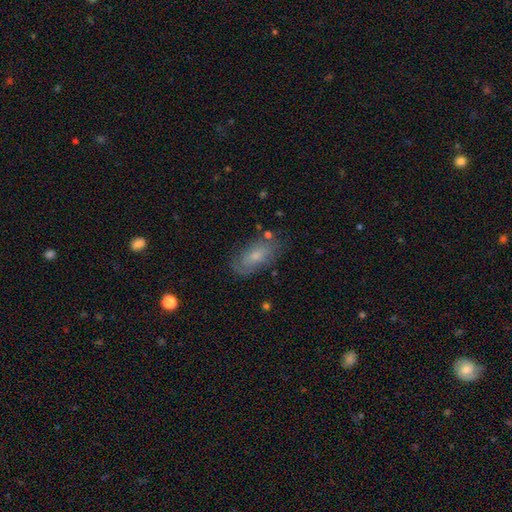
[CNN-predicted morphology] A smooth galaxy with no disk features (55%) that is in between round and cigar-shaped (86%).

Vote fractions:
- Smooth or featured? smooth: 55% / featured or disk: 36% / star or artifact: 9%
- How rounded? in between: 86% / cigar-shaped: 9% / round: 5%
- Merging? none: 72% / minor disturbance: 19% / major disturbance: 6% / merger: 3%